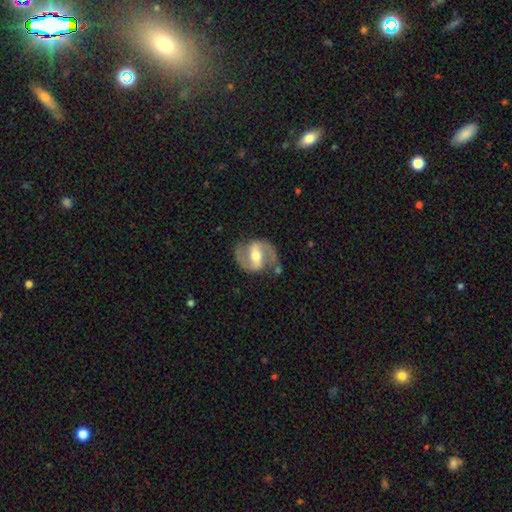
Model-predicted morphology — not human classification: Smooth or featured: featured or disk — 87% (smooth — 9%)
Edge-on disk: no — 97% (yes — 3%)
Bar: strong — 54% (weak — 34%)
Spiral arms: yes — 94% (no — 6%)
Spiral winding: medium — 58% (tight — 22%)
Spiral arm count: 2 — 93% (can't tell — 3%)
Bulge size: moderate — 67% (small — 21%)
Merging: none — 79% (minor disturbance — 13%)